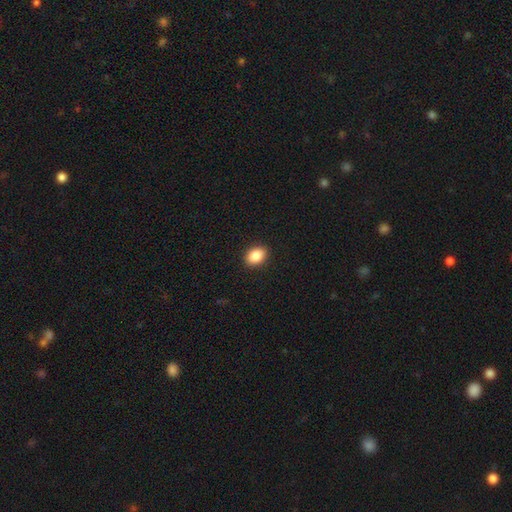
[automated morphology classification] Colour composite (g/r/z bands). It shows a smooth galaxy with no disk features (87%) that is in between round and cigar-shaped (75%). Merging: none (91%).